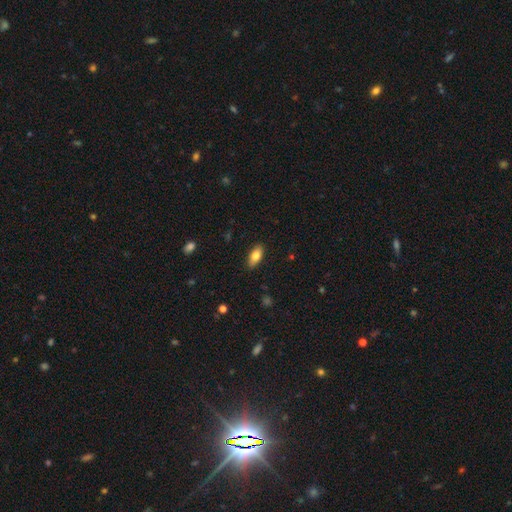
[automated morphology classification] The model was most divided on "smooth or featured": smooth: 79%, featured or disk: 14%, star or artifact: 7%. More confident: merging — none (86%); how rounded — in between (86%).